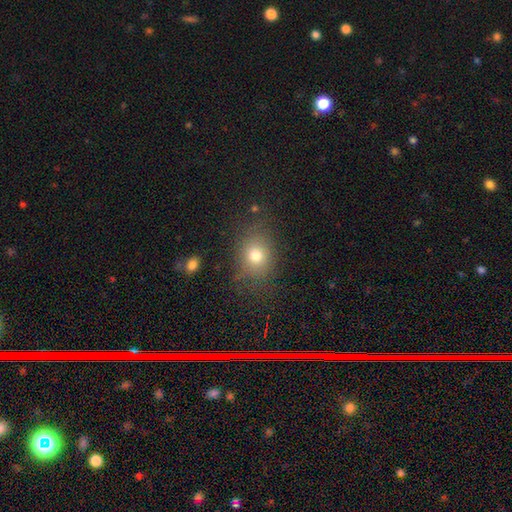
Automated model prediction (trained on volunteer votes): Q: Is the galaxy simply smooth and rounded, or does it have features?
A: smooth — 75%.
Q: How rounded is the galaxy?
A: round — 55%.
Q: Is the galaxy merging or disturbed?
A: none — 77%.